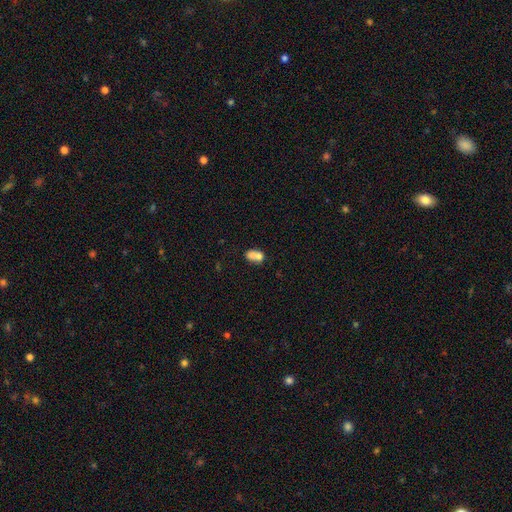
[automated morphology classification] A smooth galaxy with no disk features (71%) that is in between round and cigar-shaped (64%).

Vote fractions:
- Smooth or featured? smooth: 71% / featured or disk: 18% / star or artifact: 10%
- How rounded? in between: 64% / round: 34% / cigar-shaped: 2%
- Merging? merger: 59% / none: 26% / minor disturbance: 10% / major disturbance: 6%